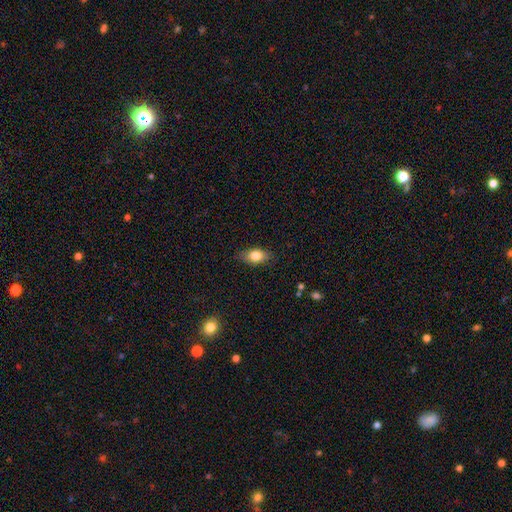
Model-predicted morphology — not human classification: smooth_or_featured: smooth (p=0.80) [alt: featured or disk p=0.12]
how_rounded: in between (p=0.85) [alt: round p=0.09]
merging: none (p=0.83) [alt: minor disturbance p=0.14]